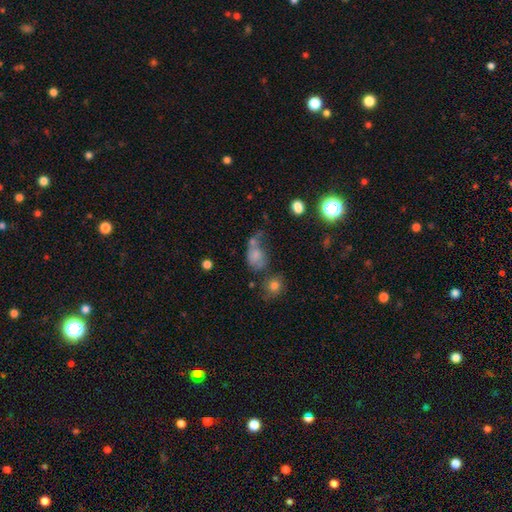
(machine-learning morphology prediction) smooth 67%, featured or disk 19%, star or artifact 15%. Down the decision tree: how rounded — in between (60%); merging — merger (33%).